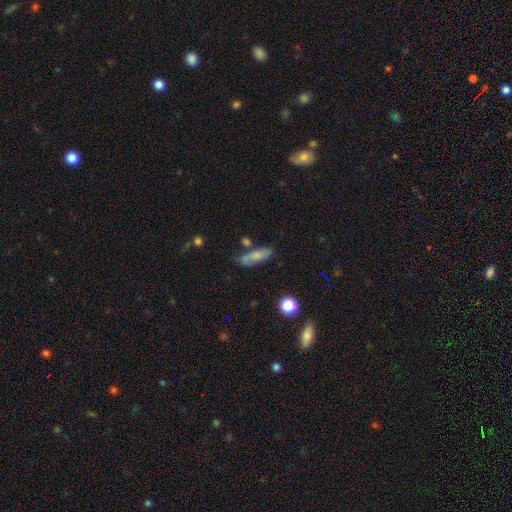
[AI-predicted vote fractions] smooth_or_featured: smooth (p=0.74) [alt: featured or disk p=0.18]
how_rounded: in between (p=0.49) [alt: cigar-shaped p=0.47]
merging: none (p=0.63) [alt: minor disturbance p=0.20]